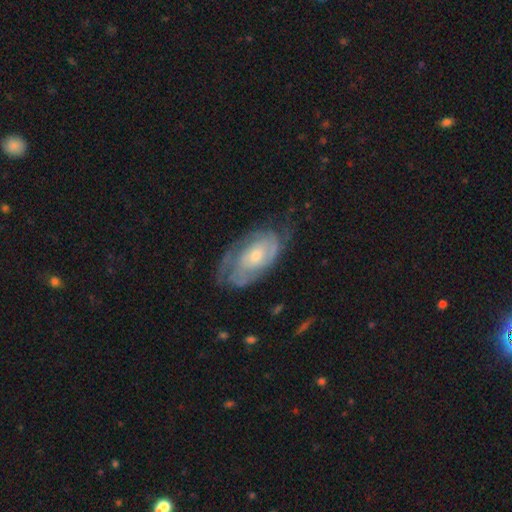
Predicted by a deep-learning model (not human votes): This appears to be a featured or disk galaxy (77%) with no bar (73%), tight (65%) spiral arms (88%) and a small central bulge (50%). Merging: none (61%).